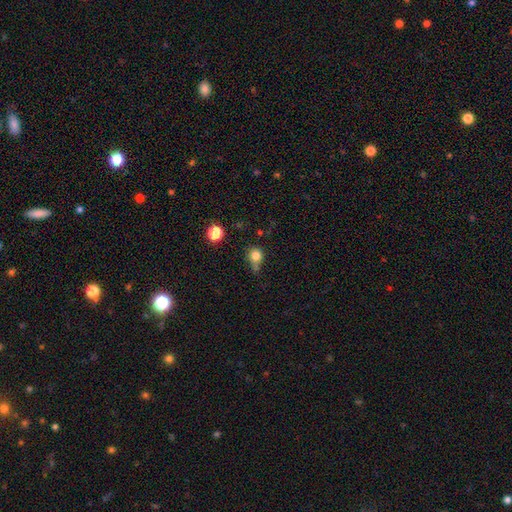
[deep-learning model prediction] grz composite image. It shows a smooth galaxy with no disk features (80%) that is round (82%). Merging: none (50%).